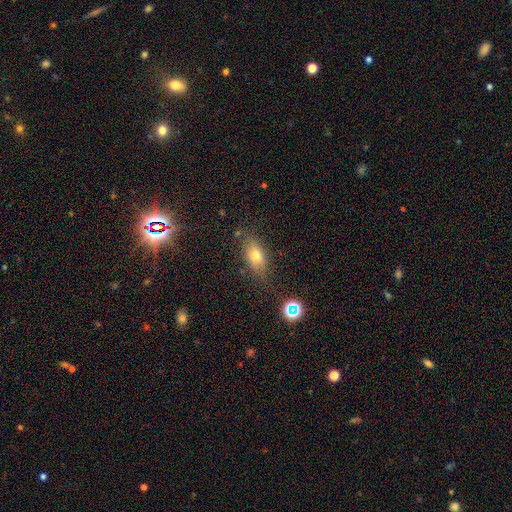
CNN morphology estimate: This is likely a smooth galaxy (70%). How rounded: clearly in between (81%). Merging: likely none (75%).